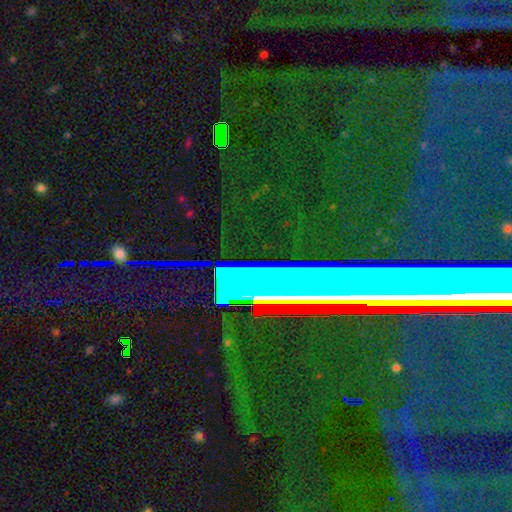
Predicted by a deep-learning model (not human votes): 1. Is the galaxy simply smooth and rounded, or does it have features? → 74% star or artifact, 13% smooth, 13% featured or disk.